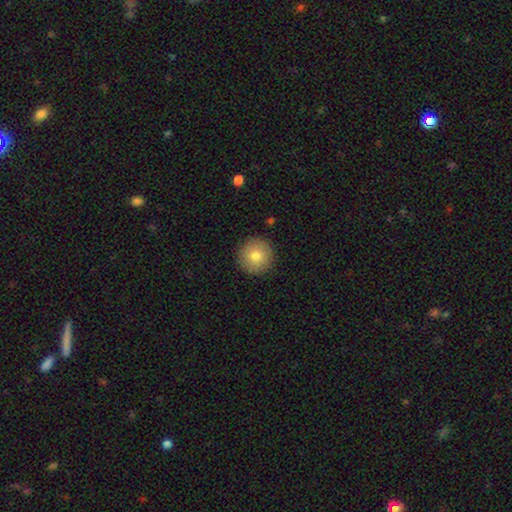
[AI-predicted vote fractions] smooth-or-featured: smooth: 80% | featured or disk: 12% | star or artifact: 8%
  how-rounded: round: 95% | in between: 4% | cigar-shaped: 1%
  merging: none: 91% | minor disturbance: 6% | major disturbance: 2% | merger: 1%